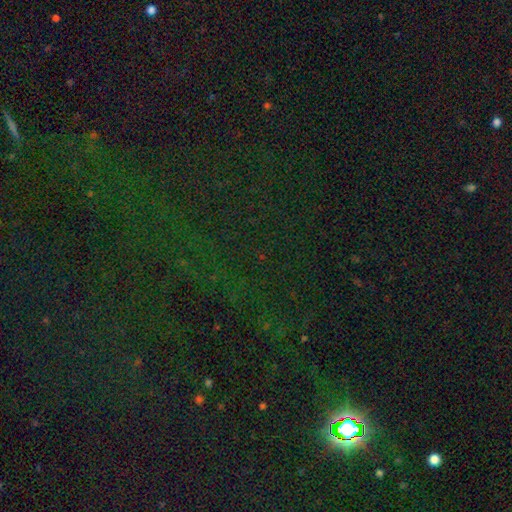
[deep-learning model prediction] Smooth or featured: star or artifact — 83% (smooth — 10%)